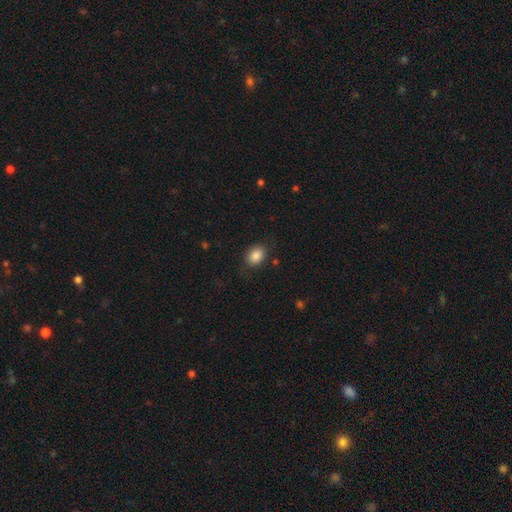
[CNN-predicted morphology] The model was most divided on "how rounded": in between: 67%, round: 32%, cigar-shaped: 1%. More confident: smooth or featured — smooth (87%); merging — none (81%).